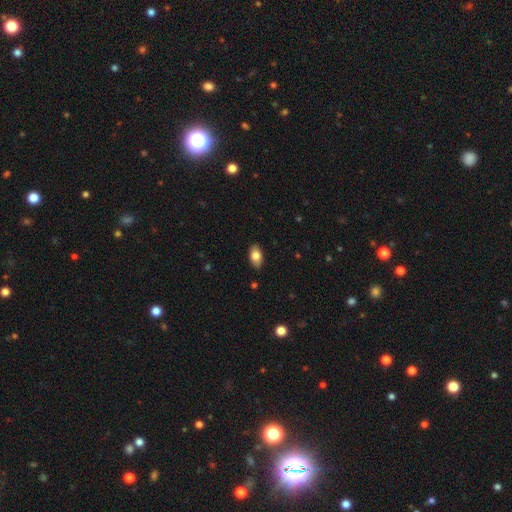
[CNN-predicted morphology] A smooth galaxy with no disk features (81%) that is in between round and cigar-shaped (92%).

Vote fractions:
- Smooth or featured? smooth: 81% / featured or disk: 12% / star or artifact: 7%
- How rounded? in between: 92% / round: 5% / cigar-shaped: 3%
- Merging? none: 87% / minor disturbance: 10% / major disturbance: 2% / merger: 1%